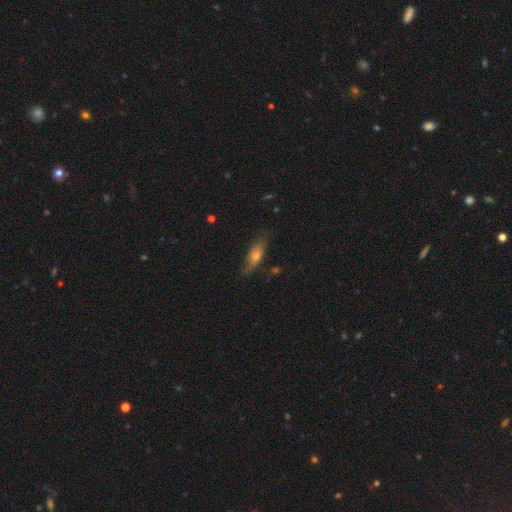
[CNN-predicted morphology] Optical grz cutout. It shows a smooth galaxy with no disk features (47%). Merging: none (74%).